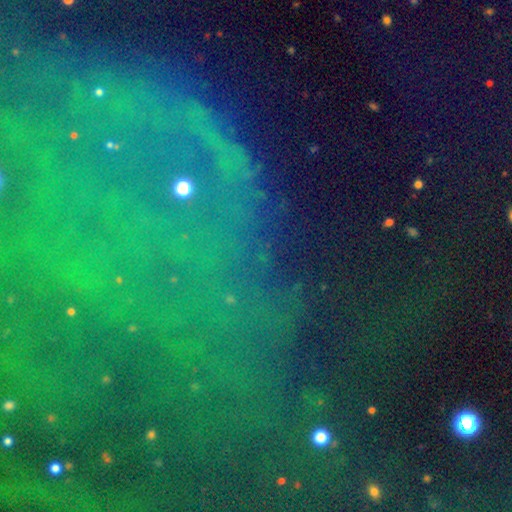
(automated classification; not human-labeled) Morphology: type=star or artifact (79%).